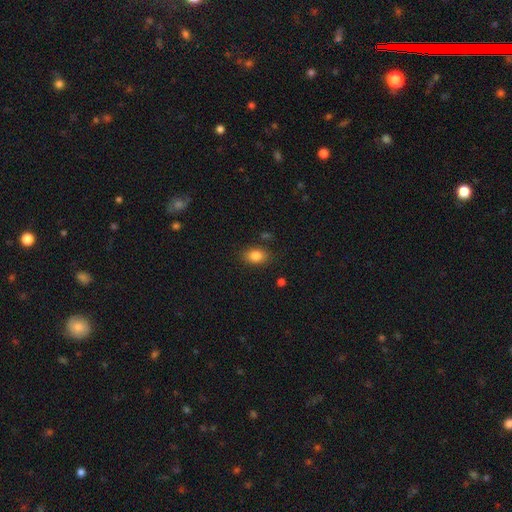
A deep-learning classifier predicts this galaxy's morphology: smooth-or-featured: smooth: 84% | star or artifact: 10% | featured or disk: 7%
  how-rounded: in between: 78% | round: 20% | cigar-shaped: 2%
  merging: none: 83% | minor disturbance: 12% | major disturbance: 3% | merger: 2%